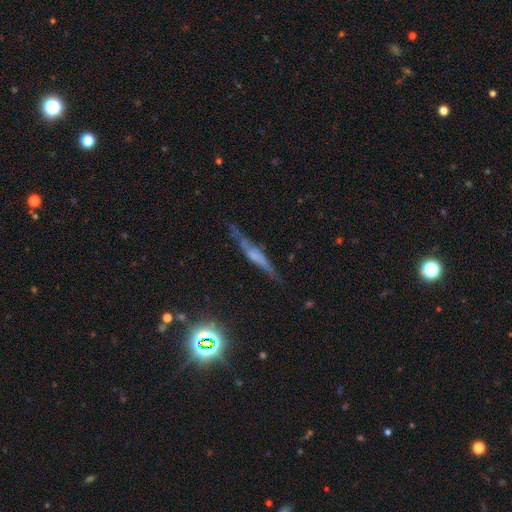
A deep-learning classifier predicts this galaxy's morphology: This is possibly a featured or disk galaxy (58%). It is clearly viewed edge-on (86%). Edge-on bulge: marginally boxy (34%). Merging: likely none (67%).